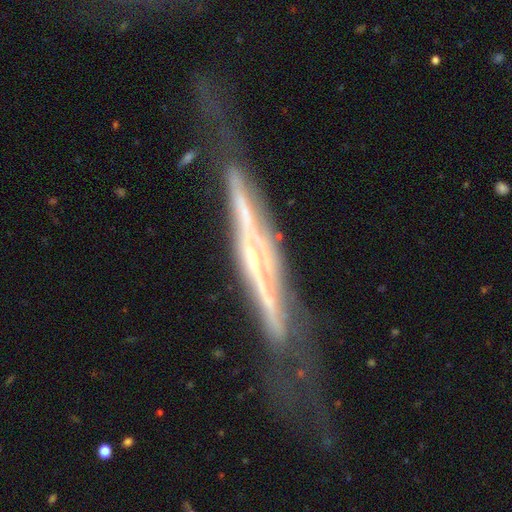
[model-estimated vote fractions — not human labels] A featured or disk galaxy (82%) viewed edge-on (84%) with no central bulge (46%).

Vote fractions:
- Smooth or featured? featured or disk: 82% / smooth: 11% / star or artifact: 7%
- Edge-on disk? yes: 84% / no: 16%
- Edge-on bulge? none: 46% / rounded: 40% / boxy: 15%
- Merging? none: 52% / minor disturbance: 25% / major disturbance: 19% / merger: 4%